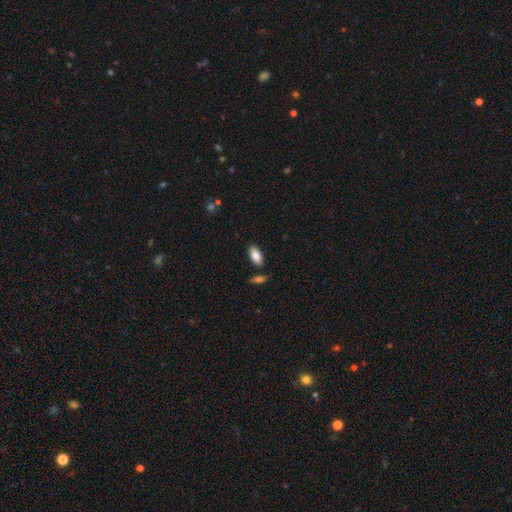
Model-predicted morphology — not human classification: This is clearly a smooth galaxy (83%). How rounded: clearly in between (92%). Merging: clearly none (83%).